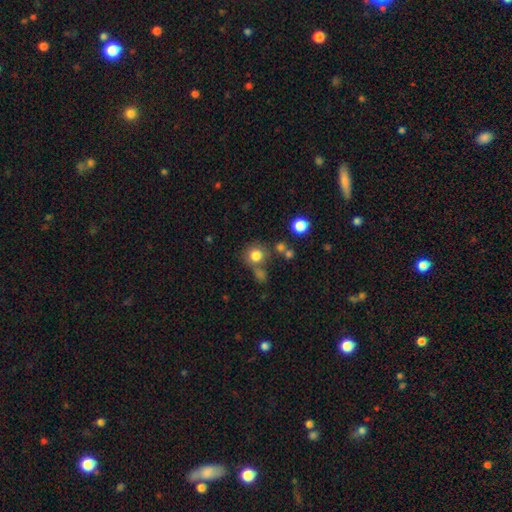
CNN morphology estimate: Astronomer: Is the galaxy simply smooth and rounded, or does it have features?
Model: smooth — 79%.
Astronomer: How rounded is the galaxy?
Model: round — 88%.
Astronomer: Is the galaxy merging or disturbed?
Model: none — 64%.